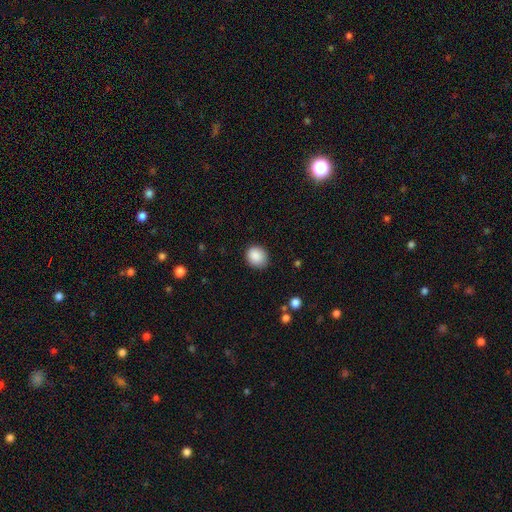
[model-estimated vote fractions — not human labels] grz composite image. It shows a smooth galaxy with no disk features (88%) that is round (73%). Merging: none (82%).